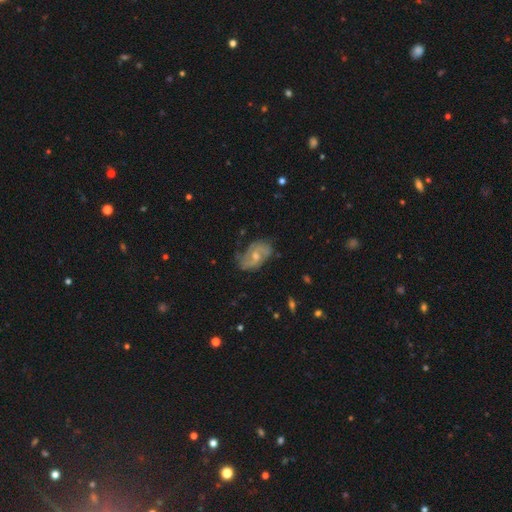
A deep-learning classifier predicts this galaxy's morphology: The model was most divided on "bar": no: 53%, weak: 40%, strong: 6%. Remaining: edge-on disk — no (96%); spiral arms — yes (90%); smooth or featured — featured or disk (75%); spiral arm count — 2 (63%); merging — none (61%); bulge size — moderate (55%); spiral winding — medium (45%).